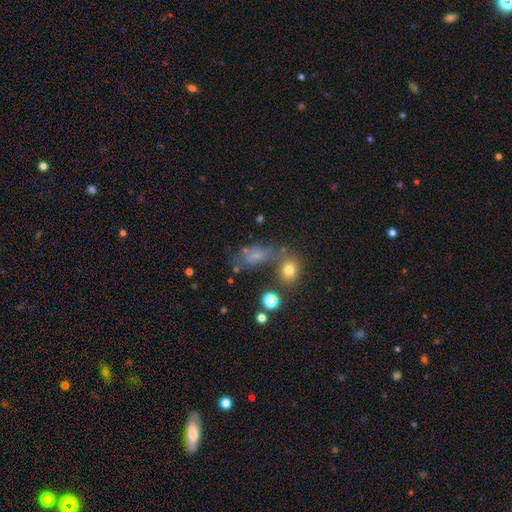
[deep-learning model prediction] smooth 61%, featured or disk 21%, star or artifact 19%. Down the decision tree: how rounded — in between (78%); merging — none (40%).